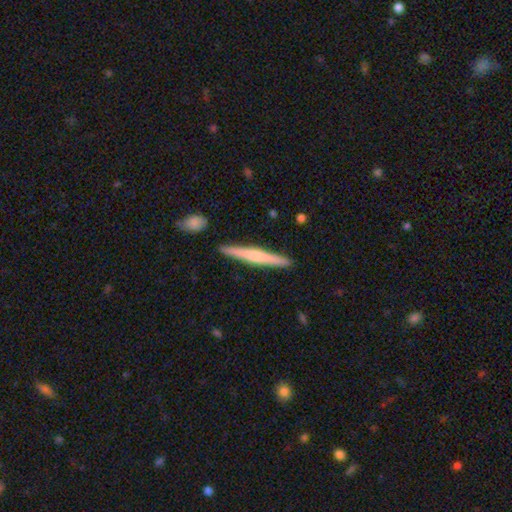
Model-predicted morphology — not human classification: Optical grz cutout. It shows a featured or disk galaxy (50%). Merging: none (90%).